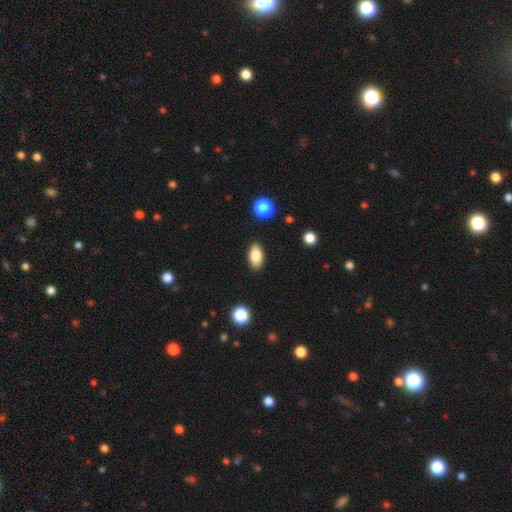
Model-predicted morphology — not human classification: smooth_or_featured: smooth (p=0.82) [alt: featured or disk p=0.10]
how_rounded: in between (p=0.91) [alt: round p=0.05]
merging: none (p=0.88) [alt: minor disturbance p=0.09]